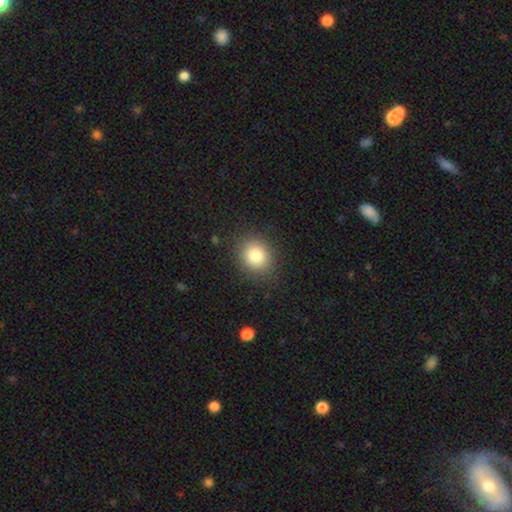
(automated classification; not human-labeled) Smooth or featured?
  - smooth: 82% *
  - star or artifact: 11%
  - featured or disk: 7%
How rounded?
  - round: 75% *
  - in between: 24%
  - cigar-shaped: 1%
Merging?
  - none: 87% *
  - minor disturbance: 8%
  - major disturbance: 3%
  - merger: 1%